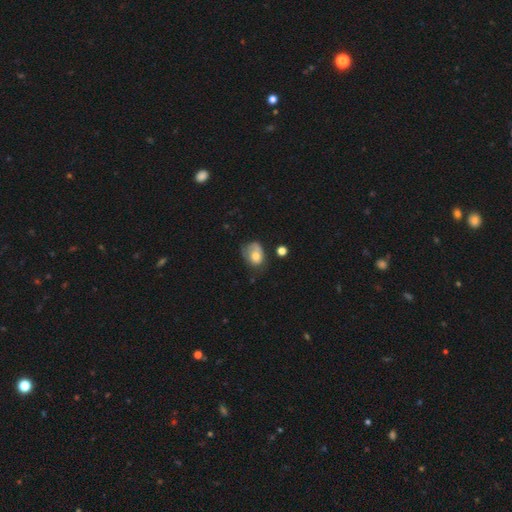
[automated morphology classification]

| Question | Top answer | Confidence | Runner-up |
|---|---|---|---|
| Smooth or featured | smooth | 66% | featured or disk (26%) |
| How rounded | in between | 62% | round (37%) |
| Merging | none | 36% | minor disturbance (35%) |